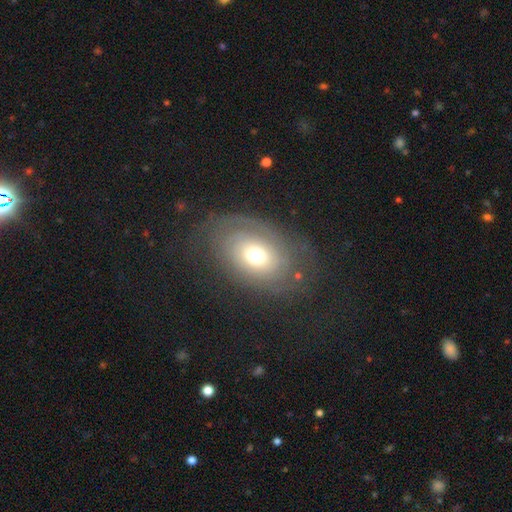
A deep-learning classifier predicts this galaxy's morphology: The model was most divided on "smooth or featured": featured or disk: 59%, smooth: 32%, star or artifact: 9%. More confident: edge-on disk — no (93%); bar — no (86%); merging — none (70%); spiral arms — yes (68%); bulge size — moderate (64%).